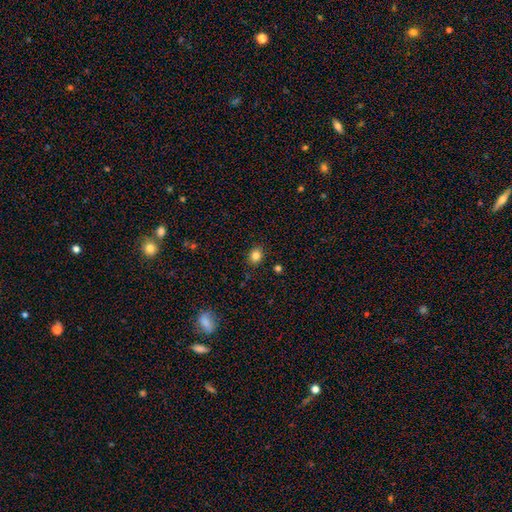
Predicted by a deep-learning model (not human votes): Morphology: type=smooth (83%); roundness=round (60%); merging=none (88%).